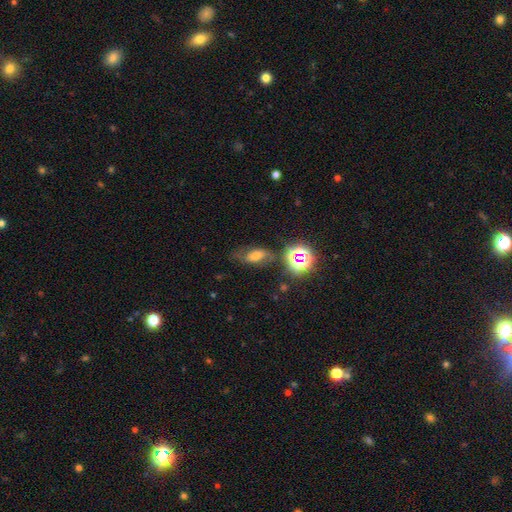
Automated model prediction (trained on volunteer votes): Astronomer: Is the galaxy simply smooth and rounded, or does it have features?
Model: smooth — 54%.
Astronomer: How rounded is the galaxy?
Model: in between — 77%.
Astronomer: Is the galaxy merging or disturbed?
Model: none — 55%.